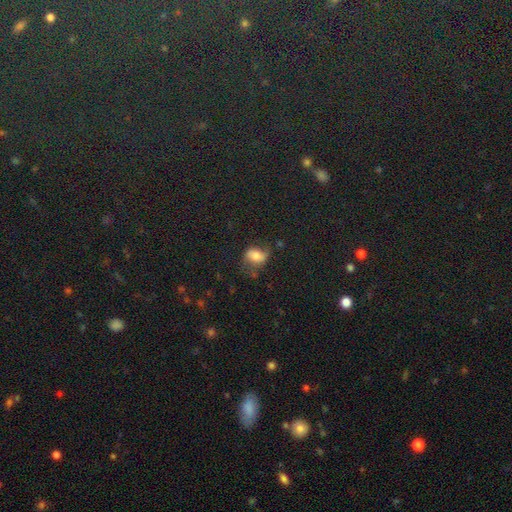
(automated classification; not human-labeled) Smooth or featured: smooth — 60% (featured or disk — 27%)
How rounded: in between — 65% (round — 34%)
Merging: none — 50% (minor disturbance — 29%)